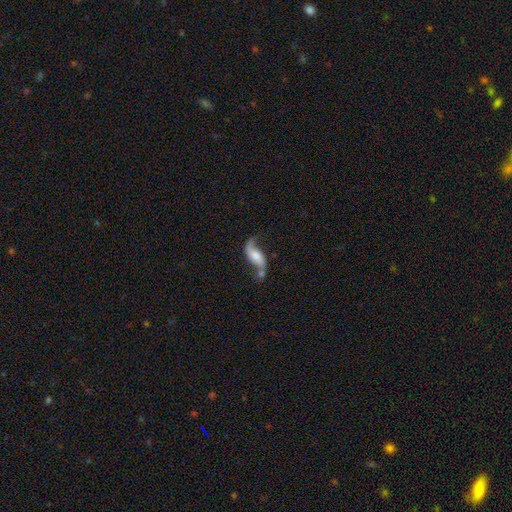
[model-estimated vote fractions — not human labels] Smooth or featured?
  - featured or disk: 69% *
  - smooth: 24%
  - star or artifact: 7%
Edge-on disk?
  - no: 90% *
  - yes: 10%
Bar?
  - no: 55% *
  - weak: 29%
  - strong: 15%
Spiral arms?
  - yes: 87% *
  - no: 13%
Spiral winding?
  - loose: 85% *
  - medium: 11%
  - tight: 4%
Spiral arm count?
  - 2: 81% *
  - 1: 13%
  - can't tell: 4%
  - 3: 1%
  - 4: 1%
  - more than 4: 1%
Bulge size?
  - moderate: 61% *
  - small: 28%
  - large: 7%
  - none: 2%
  - dominant: 2%
Merging?
  - none: 42% *
  - merger: 22%
  - minor disturbance: 21%
  - major disturbance: 15%